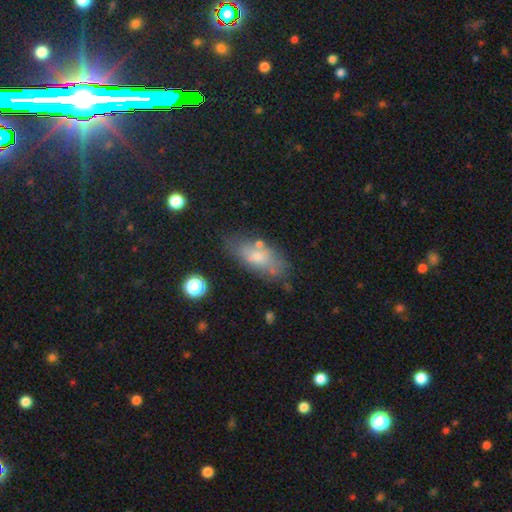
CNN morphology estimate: smooth-or-featured: smooth: 67% | featured or disk: 23% | star or artifact: 10%
  how-rounded: in between: 79% | cigar-shaped: 17% | round: 4%
  merging: none: 69% | minor disturbance: 18% | merger: 7% | major disturbance: 6%